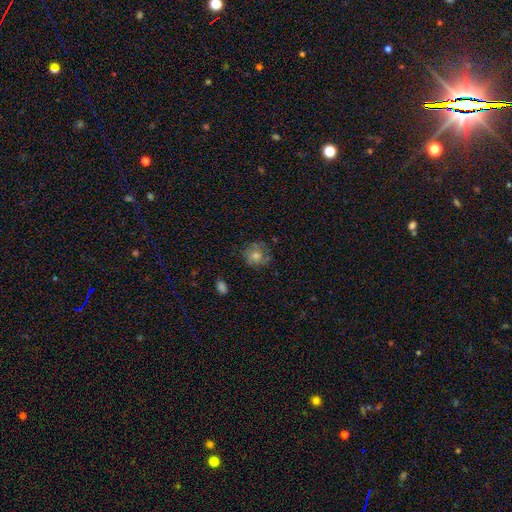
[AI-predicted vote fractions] A smooth galaxy with no disk features (47%). Merging: none (72%).